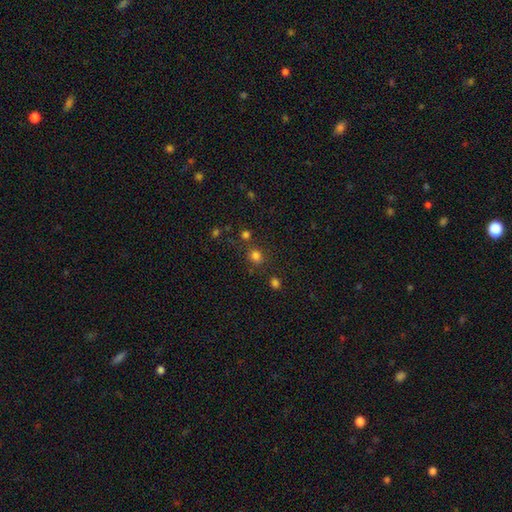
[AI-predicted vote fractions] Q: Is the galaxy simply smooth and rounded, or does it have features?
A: smooth — 78%.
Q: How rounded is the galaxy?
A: round — 75%.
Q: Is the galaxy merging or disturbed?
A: none — 76%.